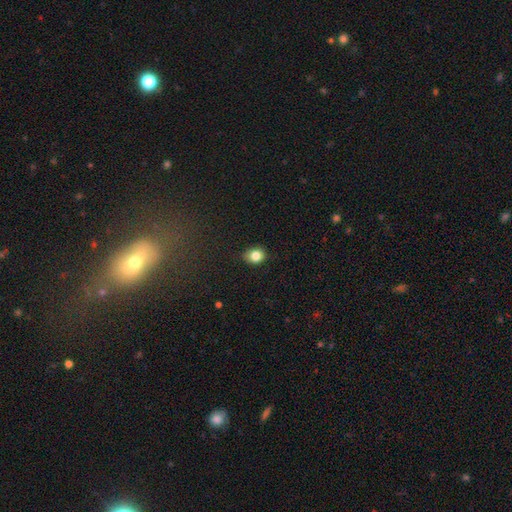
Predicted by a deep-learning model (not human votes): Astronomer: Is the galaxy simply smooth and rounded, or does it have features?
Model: smooth — 83%.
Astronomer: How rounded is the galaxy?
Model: round — 54% (runner-up: in between, 45%).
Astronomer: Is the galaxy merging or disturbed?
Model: none — 82%.